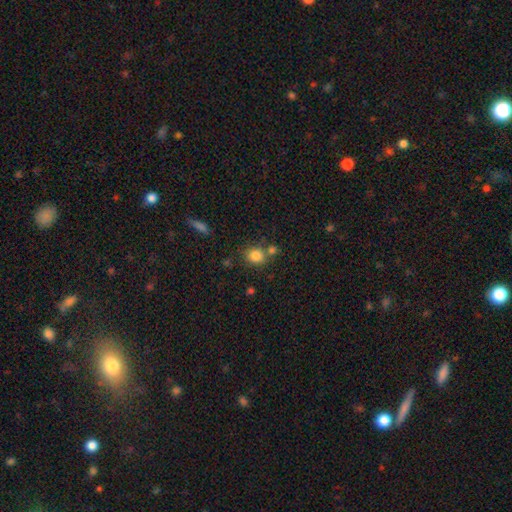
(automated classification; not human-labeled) Morphology: type=smooth (83%); roundness=round (74%); merging=none (63%).